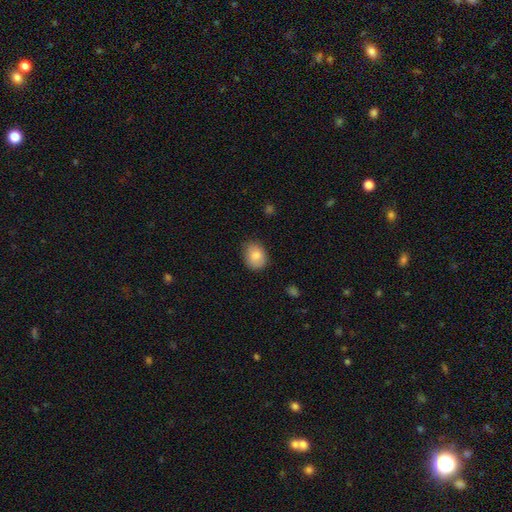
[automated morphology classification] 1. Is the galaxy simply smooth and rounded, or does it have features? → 84% smooth, 9% featured or disk, 7% star or artifact.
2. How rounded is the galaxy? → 57% in between, 42% round, 1% cigar-shaped.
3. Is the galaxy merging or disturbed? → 79% none, 17% minor disturbance, 3% major disturbance, 1% merger.